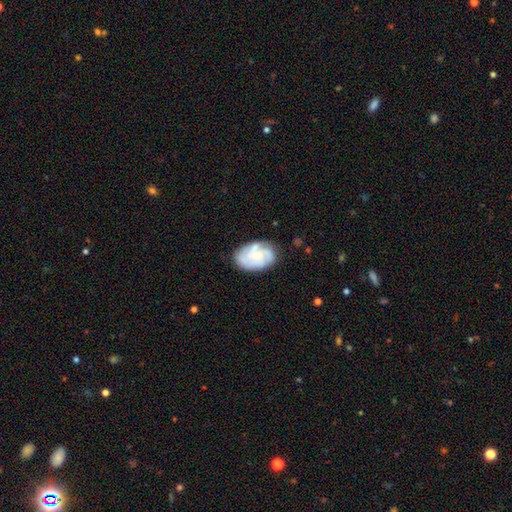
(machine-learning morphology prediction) This appears to be a featured or disk galaxy (72%) with no bar (75%), 3 (31%) tight (53%) spiral arms (91%) and a small central bulge (58%). Merging: none (72%).